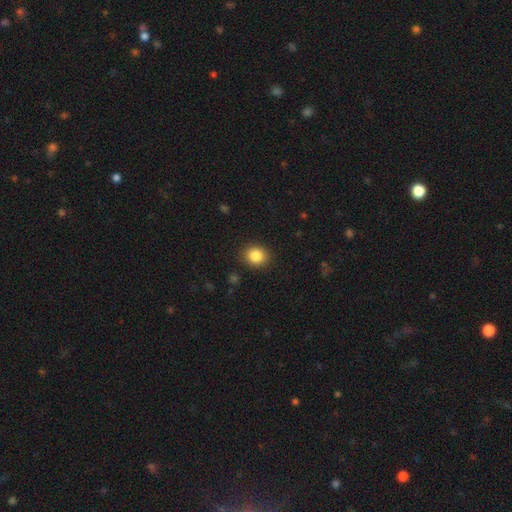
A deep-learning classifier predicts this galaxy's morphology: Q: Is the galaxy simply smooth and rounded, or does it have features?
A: smooth — 86%.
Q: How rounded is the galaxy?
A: round — 68%.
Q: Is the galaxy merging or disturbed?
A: none — 89%.